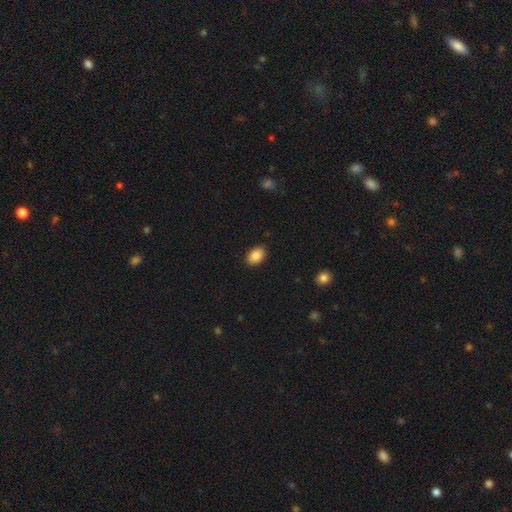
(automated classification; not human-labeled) smooth_or_featured: smooth (p=0.87) [alt: star or artifact p=0.08]
how_rounded: in between (p=0.84) [alt: round p=0.15]
merging: none (p=0.89) [alt: minor disturbance p=0.08]